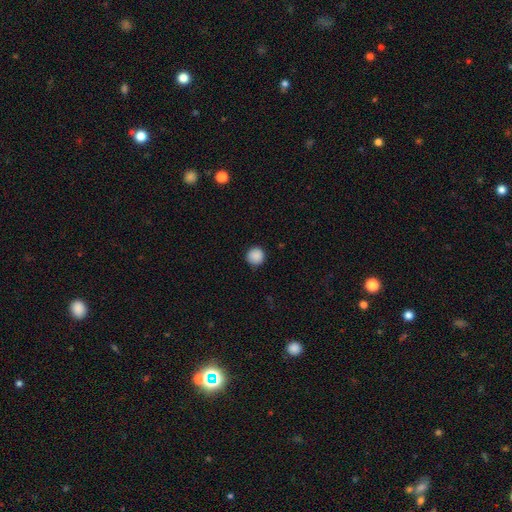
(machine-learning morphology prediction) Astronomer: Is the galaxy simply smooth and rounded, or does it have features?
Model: smooth — 89%.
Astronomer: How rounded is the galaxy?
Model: round — 95%.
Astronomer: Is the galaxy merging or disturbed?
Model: none — 91%.